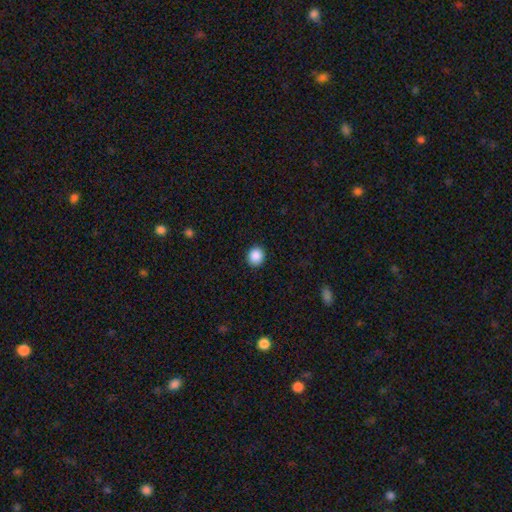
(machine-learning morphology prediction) This is clearly a smooth galaxy (89%). How rounded: clearly round (86%). Merging: clearly none (92%).